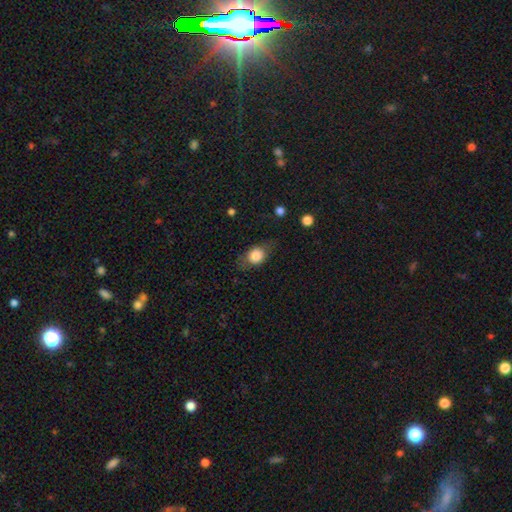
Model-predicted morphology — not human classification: Smooth or featured?
  - smooth: 74% *
  - featured or disk: 18%
  - star or artifact: 8%
How rounded?
  - in between: 53% *
  - round: 44%
  - cigar-shaped: 3%
Merging?
  - none: 69% *
  - minor disturbance: 20%
  - major disturbance: 10%
  - merger: 2%